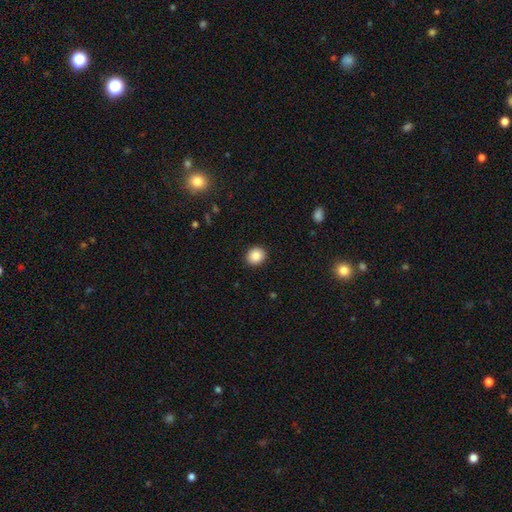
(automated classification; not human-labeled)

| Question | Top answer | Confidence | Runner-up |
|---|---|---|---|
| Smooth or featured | smooth | 88% | star or artifact (9%) |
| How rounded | round | 81% | in between (18%) |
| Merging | none | 91% | minor disturbance (6%) |